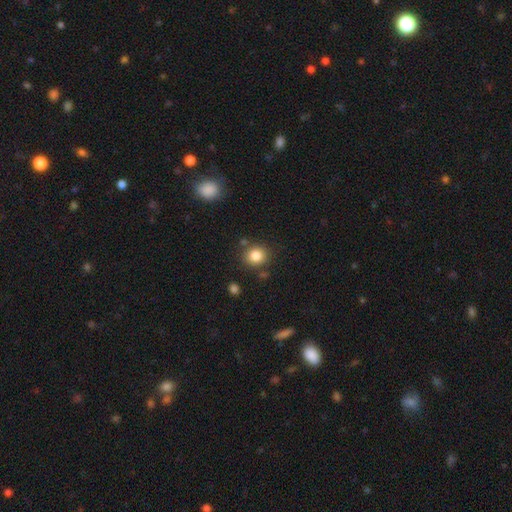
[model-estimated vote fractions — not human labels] smooth 83%, star or artifact 10%, featured or disk 7%. Down the decision tree: how rounded — round (79%); merging — none (81%).